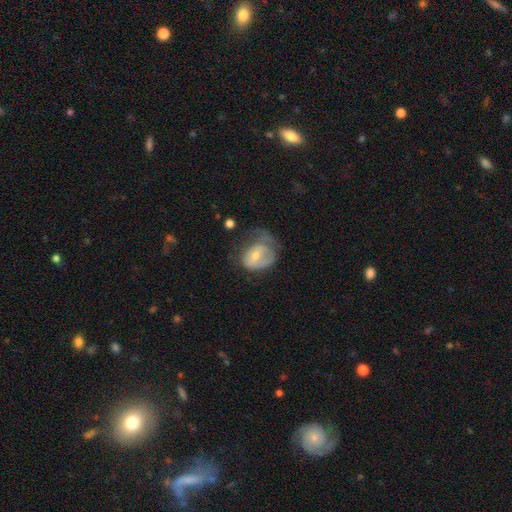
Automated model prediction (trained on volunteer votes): Smooth or featured? smooth (52%)
How rounded? in between (59%)
Merging? major disturbance (48%)